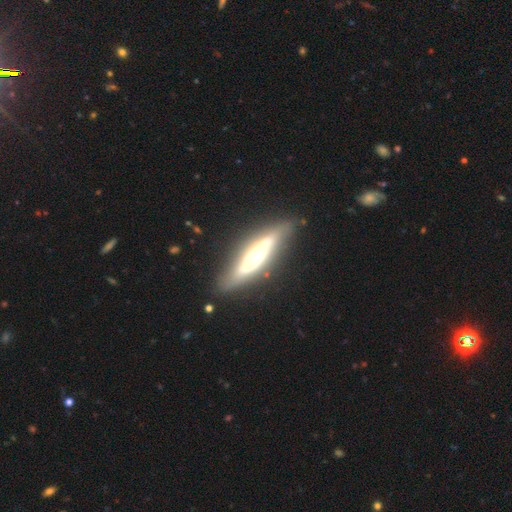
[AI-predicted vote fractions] Smooth or featured: featured or disk — 72% (smooth — 23%)
Edge-on disk: yes — 51% (no — 49%)
Merging: none — 80% (minor disturbance — 13%)